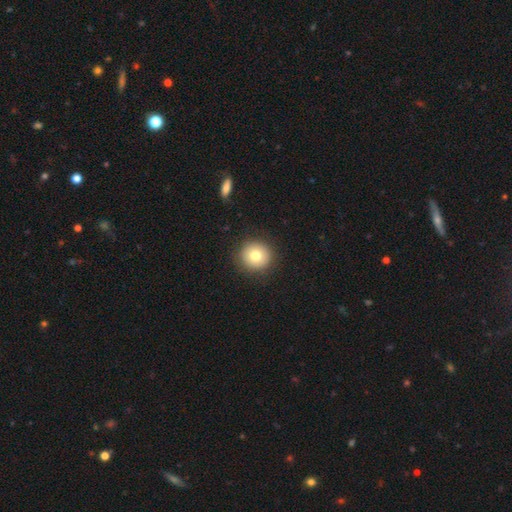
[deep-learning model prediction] smooth 77%, featured or disk 13%, star or artifact 10%. Down the decision tree: how rounded — round (93%); merging — none (90%).